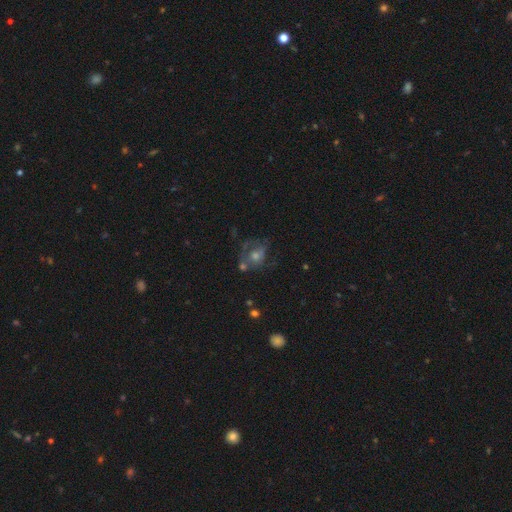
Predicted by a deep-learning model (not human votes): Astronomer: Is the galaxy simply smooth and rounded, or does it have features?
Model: featured or disk — 51% (runner-up: smooth, 30%).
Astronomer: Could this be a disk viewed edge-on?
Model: no — 96%.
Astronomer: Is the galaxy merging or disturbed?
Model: none — 45% (runner-up: major disturbance, 22%).